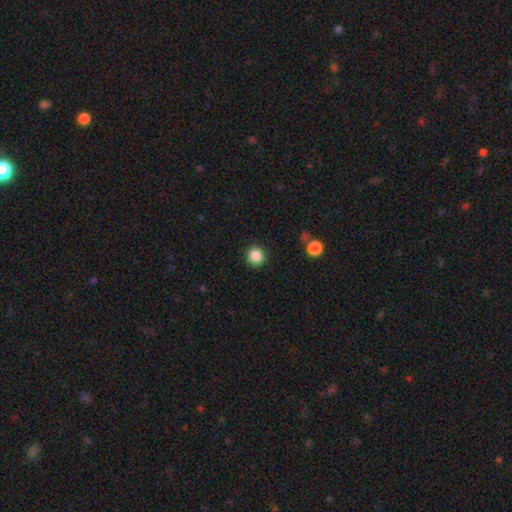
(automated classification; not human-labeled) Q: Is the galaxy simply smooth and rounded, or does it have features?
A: smooth — 87%.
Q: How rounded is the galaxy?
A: round — 92%.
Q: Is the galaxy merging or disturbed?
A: none — 90%.